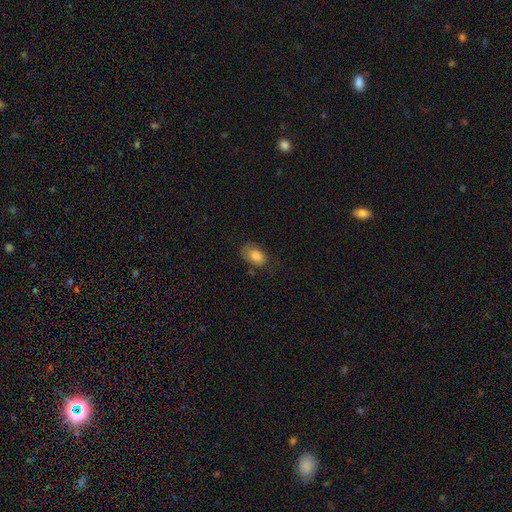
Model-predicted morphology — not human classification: This appears to be a smooth galaxy with no disk features (83%) that is in between round and cigar-shaped (84%). Merging: none (57%).